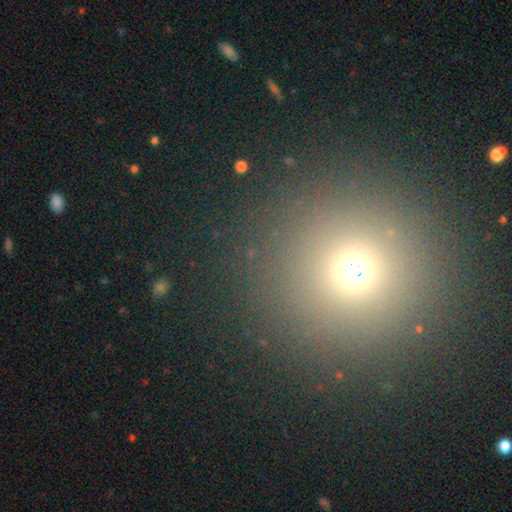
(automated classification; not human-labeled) A smooth galaxy with no disk features (63%) that is round (95%). Merging: none (90%).